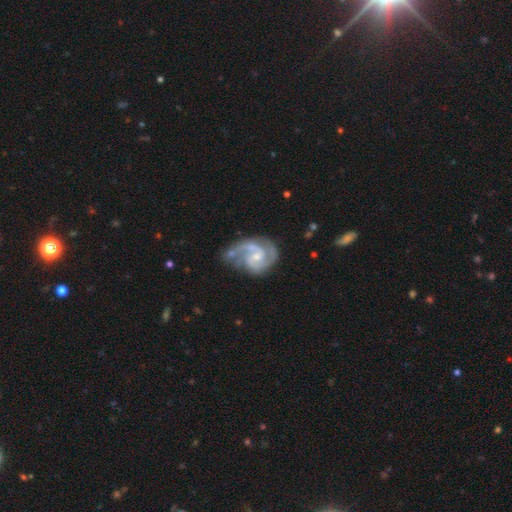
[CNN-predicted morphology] This is clearly a featured or disk galaxy (90%). It is clearly not viewed edge-on (98%). Bar: possibly weak (47%). Spiral arm pattern: clearly yes (98%). Spiral arm count: likely 2 (79%). Spiral winding: possibly medium (57%). Central bulge: possibly small (59%). Merging: possibly none (55%).